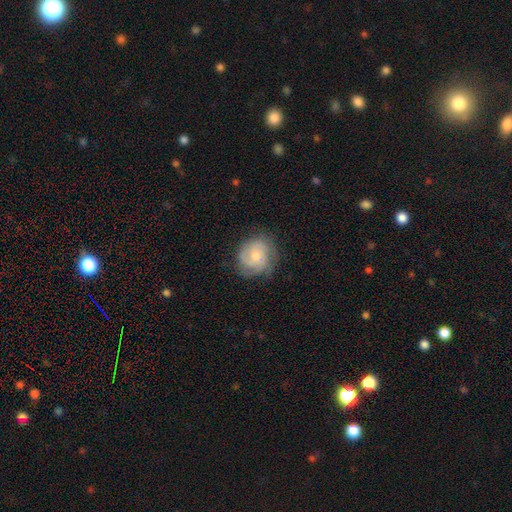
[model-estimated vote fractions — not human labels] smooth-or-featured: featured or disk: 47% | smooth: 46% | star or artifact: 7%
  merging: none: 67% | minor disturbance: 22% | major disturbance: 9% | merger: 1%